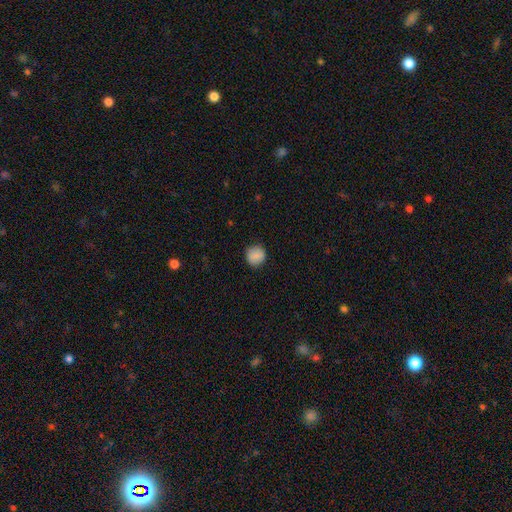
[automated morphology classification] This appears to be a smooth galaxy with no disk features (88%) that is round (92%). Merging: none (89%).